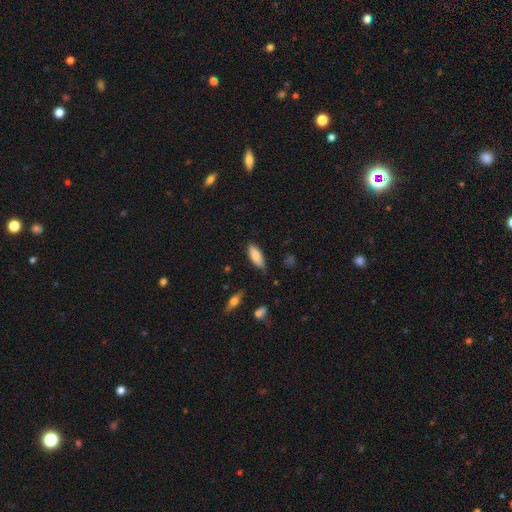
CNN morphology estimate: smooth_or_featured: smooth (p=0.82) [alt: featured or disk p=0.11]
how_rounded: in between (p=0.72) [alt: cigar-shaped p=0.26]
merging: none (p=0.78) [alt: minor disturbance p=0.17]